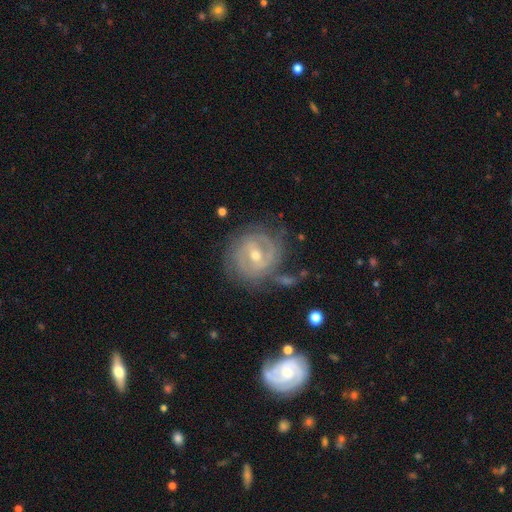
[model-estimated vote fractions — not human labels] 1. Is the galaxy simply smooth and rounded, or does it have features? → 85% featured or disk, 10% smooth, 5% star or artifact.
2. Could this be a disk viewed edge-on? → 97% no, 3% yes.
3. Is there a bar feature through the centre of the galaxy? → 51% weak, 26% strong, 22% no.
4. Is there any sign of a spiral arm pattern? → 90% yes, 10% no.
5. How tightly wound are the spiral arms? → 68% tight, 25% medium, 7% loose.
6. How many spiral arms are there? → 40% 2, 32% can't tell, 15% 3, 5% 4, 5% 1, 4% more than 4.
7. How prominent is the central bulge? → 56% moderate, 41% small, 2% large, 1% none, 1% dominant.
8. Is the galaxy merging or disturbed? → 65% none, 20% minor disturbance, 11% major disturbance, 4% merger.